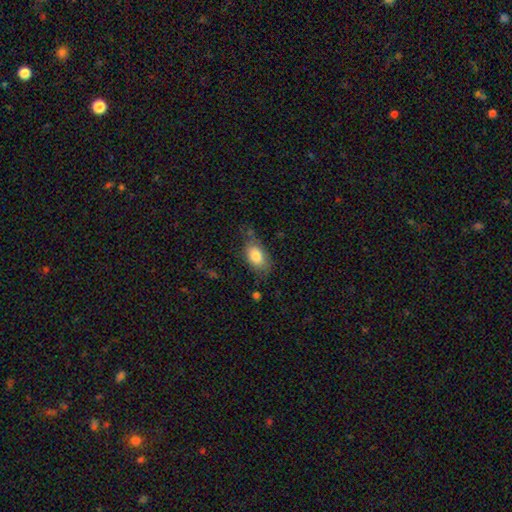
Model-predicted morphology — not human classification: Q: Smooth or featured?
A: smooth (82%); runner-up: featured or disk (11%)
Q: How rounded?
A: in between (90%); runner-up: round (8%)
Q: Merging?
A: none (65%); runner-up: minor disturbance (24%)